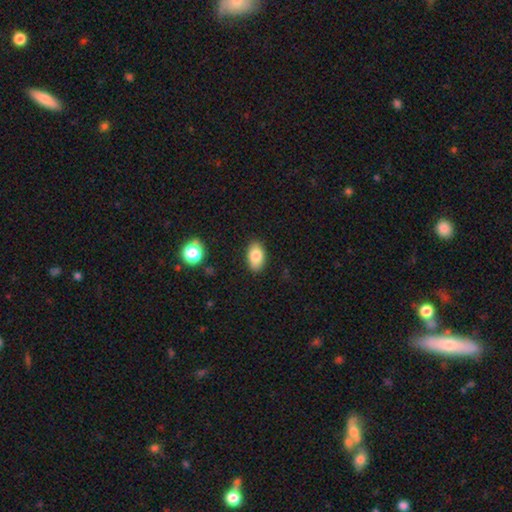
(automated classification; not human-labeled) Q: Smooth or featured?
A: smooth (83%); runner-up: featured or disk (9%)
Q: How rounded?
A: in between (91%); runner-up: round (7%)
Q: Merging?
A: none (86%); runner-up: minor disturbance (10%)